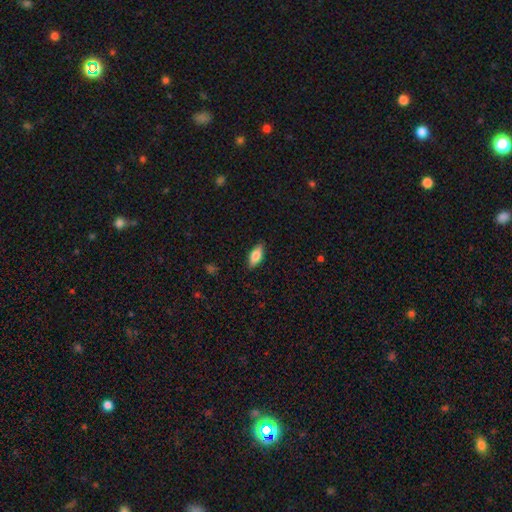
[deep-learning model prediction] A smooth galaxy with no disk features (80%) that is in between round and cigar-shaped (83%).

Vote fractions:
- Smooth or featured? smooth: 80% / featured or disk: 13% / star or artifact: 6%
- How rounded? in between: 83% / cigar-shaped: 14% / round: 2%
- Merging? none: 87% / minor disturbance: 10% / major disturbance: 2% / merger: 1%